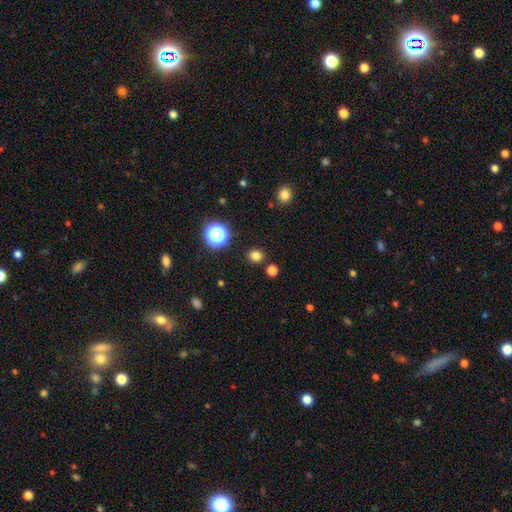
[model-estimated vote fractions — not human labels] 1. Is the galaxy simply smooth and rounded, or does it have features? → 78% smooth, 18% star or artifact, 4% featured or disk.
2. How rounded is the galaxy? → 84% round, 15% in between, 1% cigar-shaped.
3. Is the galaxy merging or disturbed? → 89% none, 6% minor disturbance, 3% merger, 2% major disturbance.